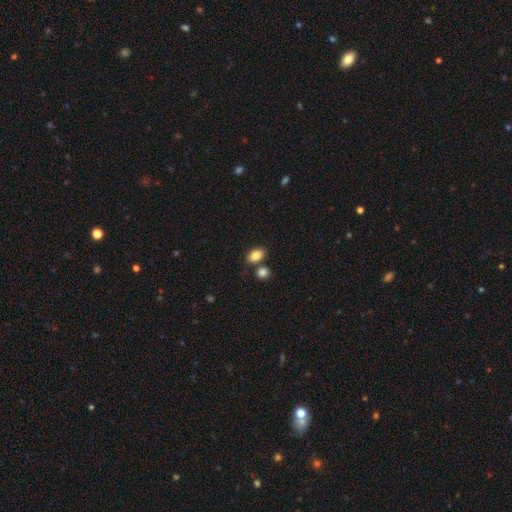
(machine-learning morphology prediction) Smooth or featured? smooth (85%)
How rounded? in between (80%)
Merging? none (68%)